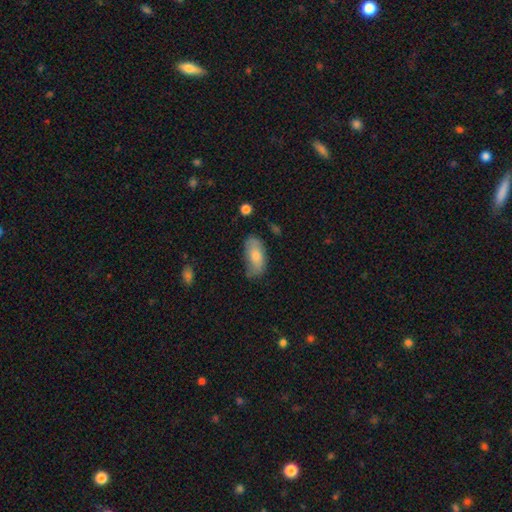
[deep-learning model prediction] This appears to be a smooth galaxy with no disk features (74%) that is in between round and cigar-shaped (91%). Merging: none (58%).